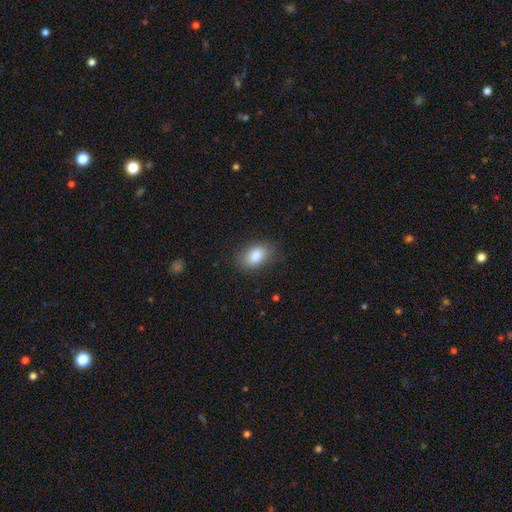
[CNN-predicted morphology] The model was most divided on "merging": none: 83%, minor disturbance: 13%, major disturbance: 4%, merger: 1%. More confident: how rounded — in between (88%); smooth or featured — smooth (85%).